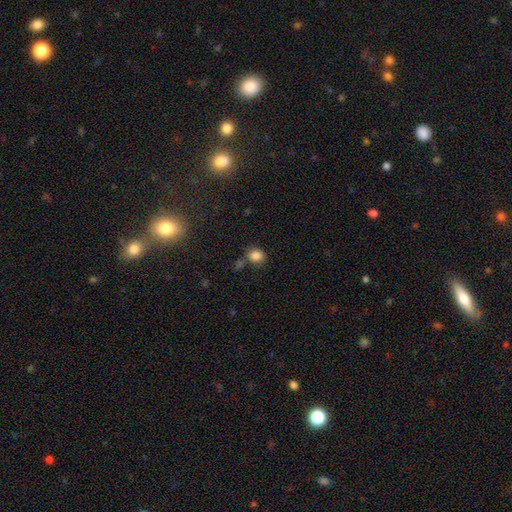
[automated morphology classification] Q: Smooth or featured?
A: smooth (84%); runner-up: star or artifact (11%)
Q: How rounded?
A: round (56%); runner-up: in between (43%)
Q: Merging?
A: none (67%); runner-up: minor disturbance (16%)